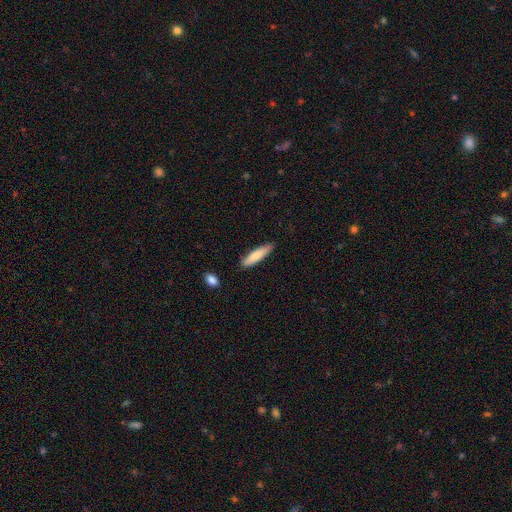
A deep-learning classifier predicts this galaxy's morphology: A smooth galaxy with no disk features (79%) that is cigar-shaped (79%). Merging: none (83%).